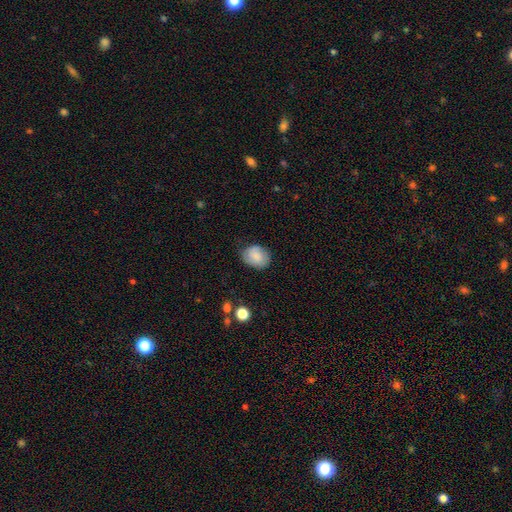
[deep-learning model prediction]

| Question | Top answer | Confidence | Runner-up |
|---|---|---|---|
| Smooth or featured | smooth | 75% | featured or disk (18%) |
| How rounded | in between | 59% | round (40%) |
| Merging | none | 74% | minor disturbance (19%) |